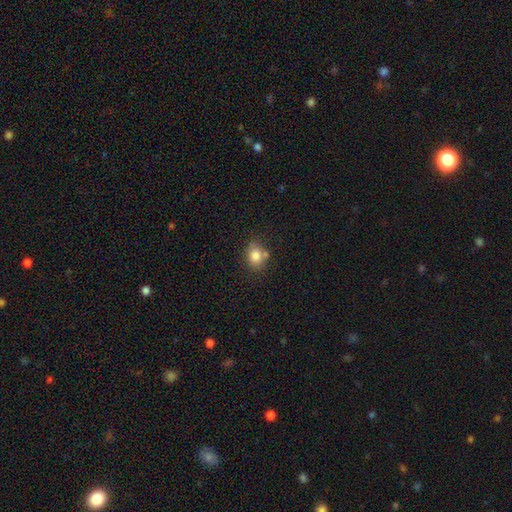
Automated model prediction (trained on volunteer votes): Overall: smooth (81%). How rounded: round (55%; in between 44%). Merging: none (62%).